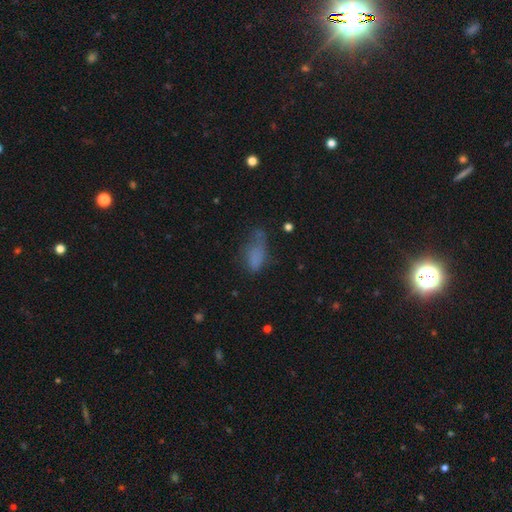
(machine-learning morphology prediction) Q: Smooth or featured?
A: smooth (69%); runner-up: featured or disk (16%)
Q: How rounded?
A: in between (82%); runner-up: cigar-shaped (13%)
Q: Merging?
A: minor disturbance (32%); tied with: major disturbance (32%)